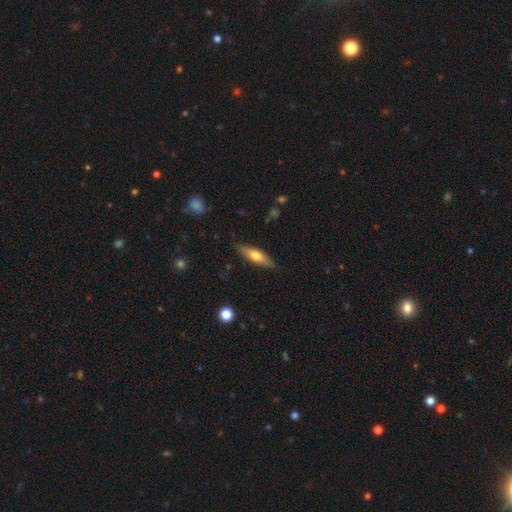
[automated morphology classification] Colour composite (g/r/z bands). It shows a smooth galaxy with no disk features (58%) that is cigar-shaped (62%). Merging: none (86%).